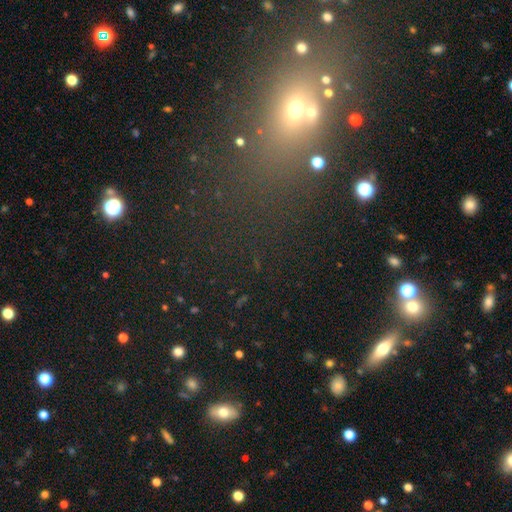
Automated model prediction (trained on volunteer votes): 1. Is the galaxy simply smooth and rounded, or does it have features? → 49% star or artifact, 37% smooth, 14% featured or disk.